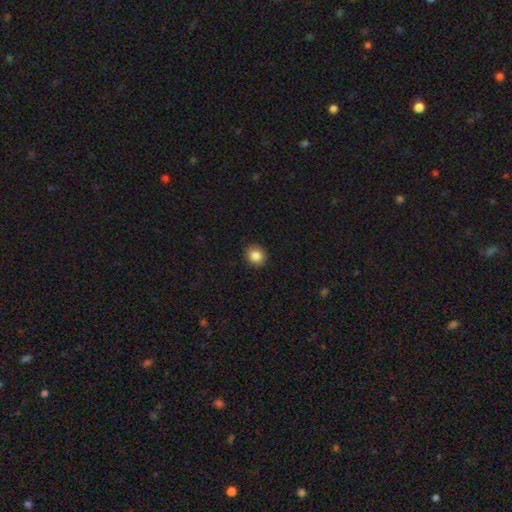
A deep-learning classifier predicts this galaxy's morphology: Smooth or featured? smooth (85%)
How rounded? round (81%)
Merging? none (92%)